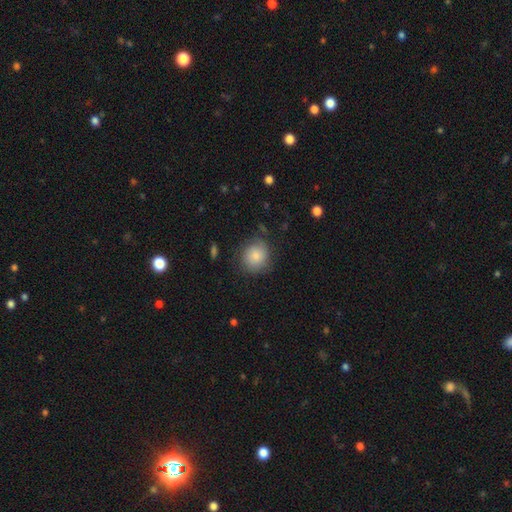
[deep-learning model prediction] Q: Smooth or featured?
A: smooth (82%); runner-up: featured or disk (11%)
Q: How rounded?
A: round (84%); runner-up: in between (15%)
Q: Merging?
A: none (74%); runner-up: minor disturbance (18%)